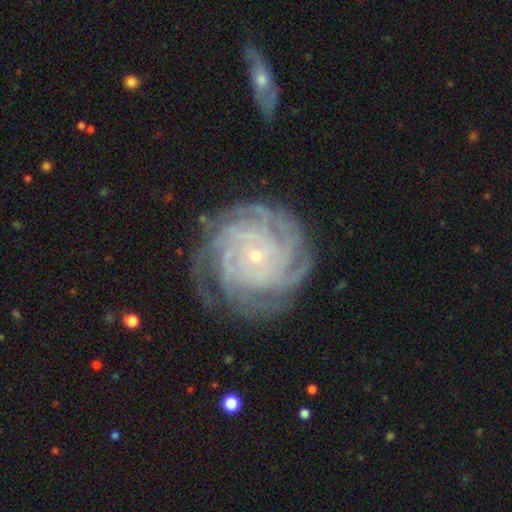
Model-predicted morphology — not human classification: smooth_or_featured: featured or disk (p=0.89) [alt: star or artifact p=0.06]
disk_edge_on: no (p=0.98) [alt: yes p=0.02]
bar: no (p=0.79) [alt: weak p=0.16]
has_spiral_arms: yes (p=0.98) [alt: no p=0.02]
spiral_winding: tight (p=0.83) [alt: medium p=0.15]
spiral_arm_count: more than 4 (p=0.33) [alt: 4 p=0.25]
bulge_size: small (p=0.86) [alt: moderate p=0.10]
merging: none (p=0.80) [alt: minor disturbance p=0.14]